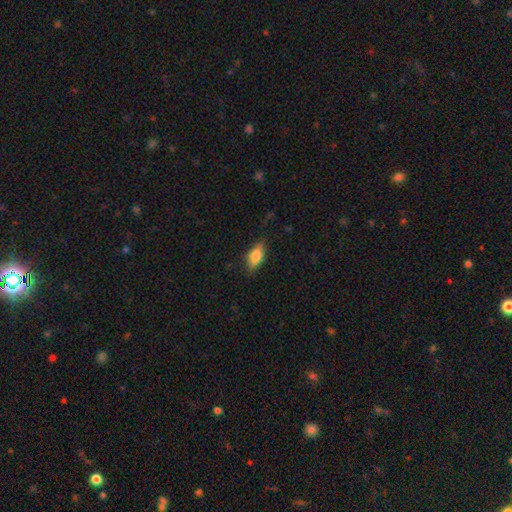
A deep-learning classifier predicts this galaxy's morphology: Smooth or featured: smooth — 75% (featured or disk — 17%)
How rounded: in between — 83% (cigar-shaped — 13%)
Merging: none — 77% (minor disturbance — 18%)